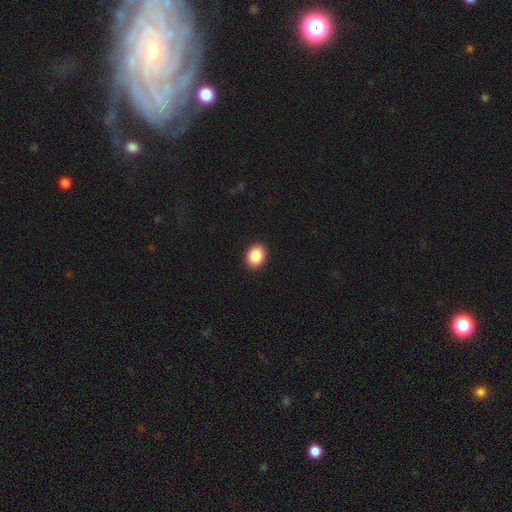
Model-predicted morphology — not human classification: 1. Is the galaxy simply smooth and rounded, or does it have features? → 88% smooth, 8% star or artifact, 4% featured or disk.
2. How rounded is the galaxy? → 57% in between, 43% round, 1% cigar-shaped.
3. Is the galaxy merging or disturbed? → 91% none, 6% minor disturbance, 2% major disturbance, 1% merger.